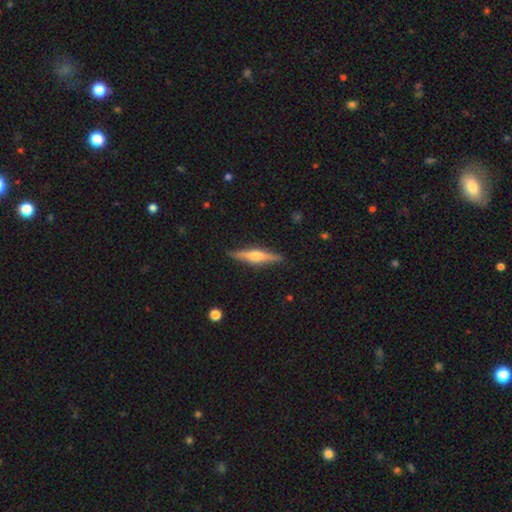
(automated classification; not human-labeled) This is likely a featured or disk galaxy (69%). It is clearly viewed edge-on (97%). Edge-on bulge: clearly rounded (82%). Merging: clearly none (90%).